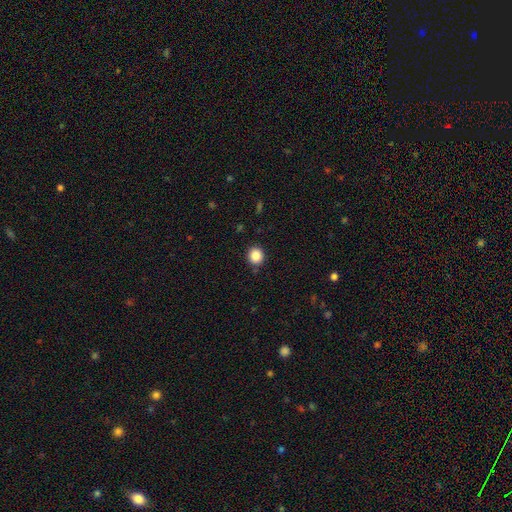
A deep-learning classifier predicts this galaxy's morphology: This appears to be a smooth galaxy with no disk features (87%) that is round (84%). Merging: none (89%).